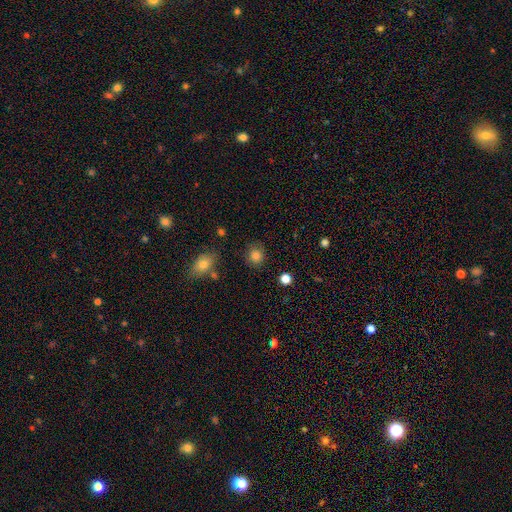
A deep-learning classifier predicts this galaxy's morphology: This appears to be a smooth galaxy with no disk features (83%) that is round (84%). Merging: none (84%).